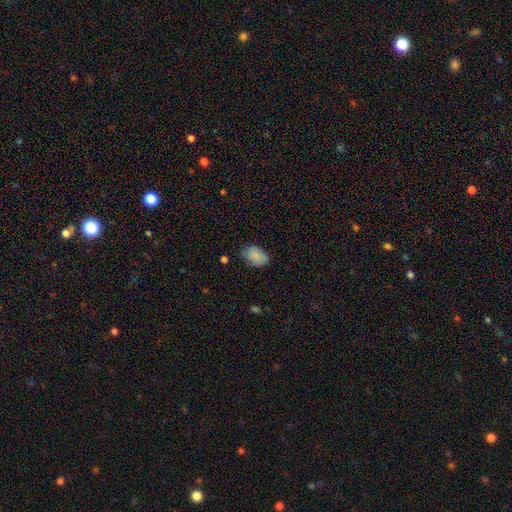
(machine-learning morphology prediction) smooth-or-featured: smooth: 84% | featured or disk: 9% | star or artifact: 8%
  how-rounded: in between: 83% | round: 16% | cigar-shaped: 1%
  merging: none: 66% | minor disturbance: 27% | major disturbance: 5% | merger: 2%